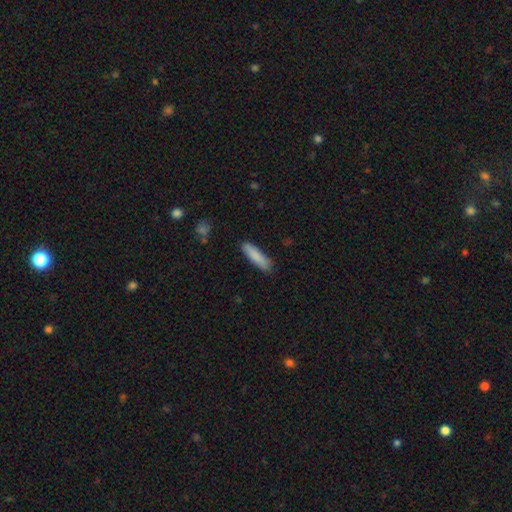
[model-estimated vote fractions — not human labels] Smooth or featured?
  - smooth: 86% *
  - featured or disk: 8%
  - star or artifact: 6%
How rounded?
  - cigar-shaped: 74% *
  - in between: 24%
  - round: 1%
Merging?
  - none: 84% *
  - minor disturbance: 12%
  - major disturbance: 2%
  - merger: 1%